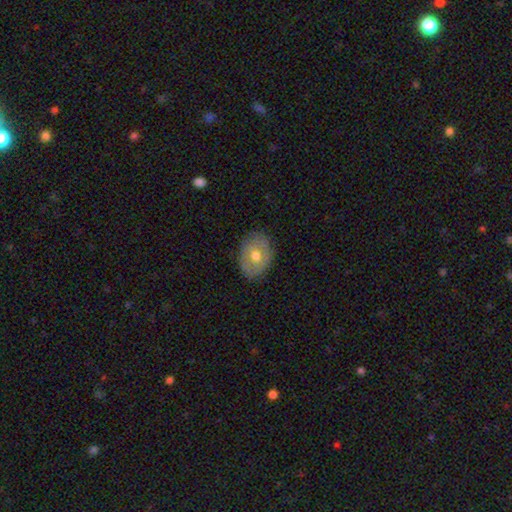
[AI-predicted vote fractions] A smooth galaxy with no disk features (57%) that is in between round and cigar-shaped (69%). Merging: none (81%).